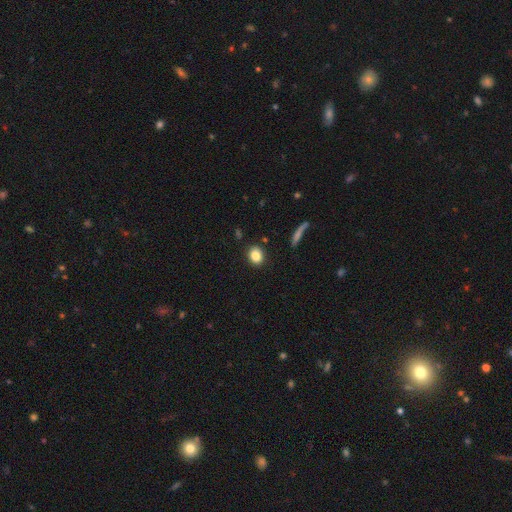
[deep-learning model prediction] smooth 85%, star or artifact 9%, featured or disk 6%. Down the decision tree: how rounded — round (52%); merging — none (87%).